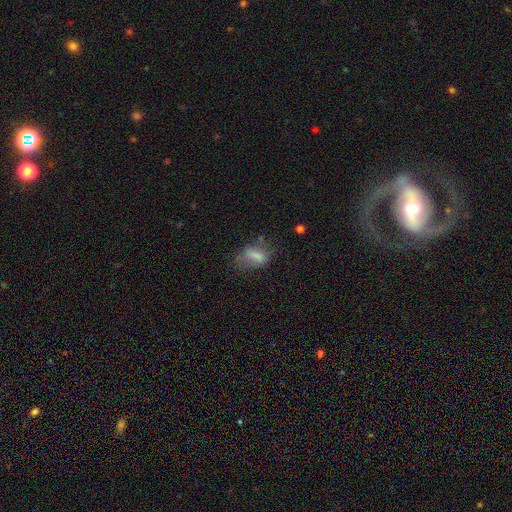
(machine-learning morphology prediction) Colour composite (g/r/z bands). It shows a smooth galaxy with no disk features (64%) that is in between round and cigar-shaped (83%). Merging: none (40%).